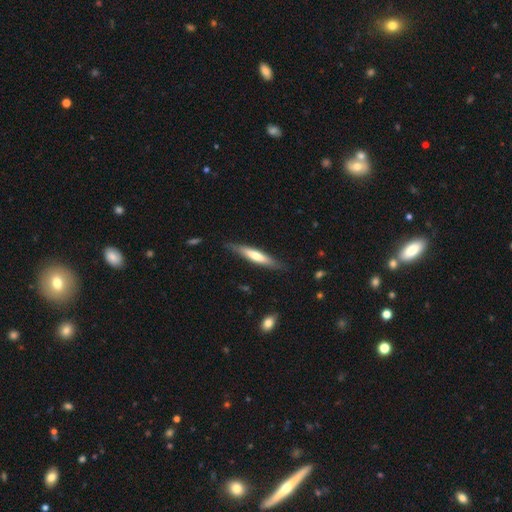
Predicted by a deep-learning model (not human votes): This is possibly a smooth galaxy (56%). How rounded: clearly cigar-shaped (86%). Merging: clearly none (82%).